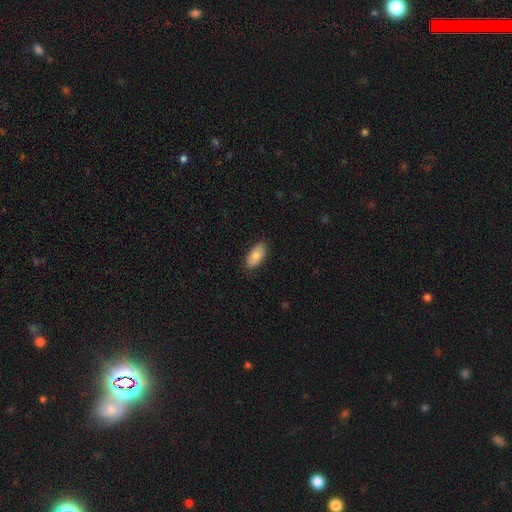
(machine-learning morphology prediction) Smooth or featured? smooth (83%)
How rounded? in between (92%)
Merging? none (86%)